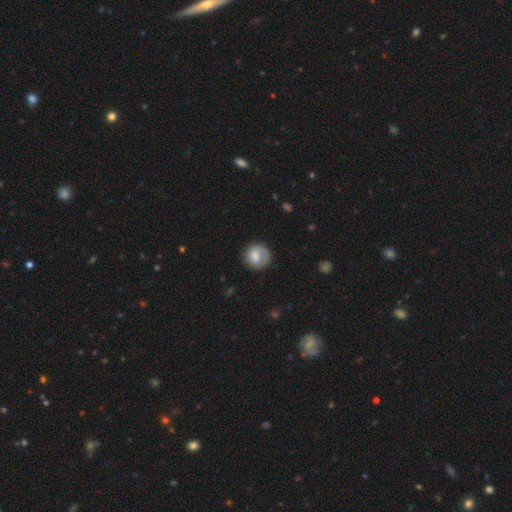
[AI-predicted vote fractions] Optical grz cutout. It shows a smooth galaxy with no disk features (70%) that is round (86%). Merging: none (73%).